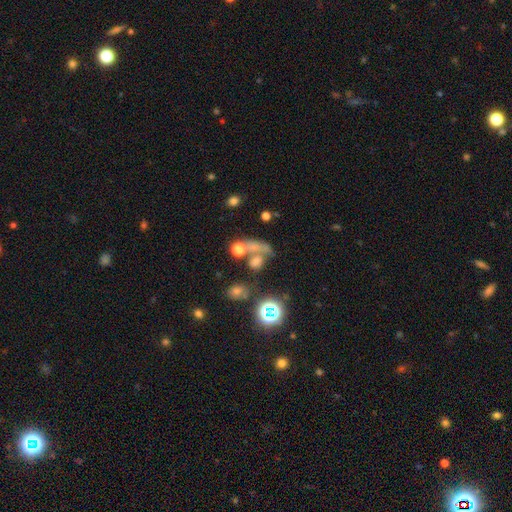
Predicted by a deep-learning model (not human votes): smooth-or-featured: smooth: 49% | star or artifact: 31% | featured or disk: 20%
  merging: none: 37% | merger: 33% | major disturbance: 17% | minor disturbance: 13%